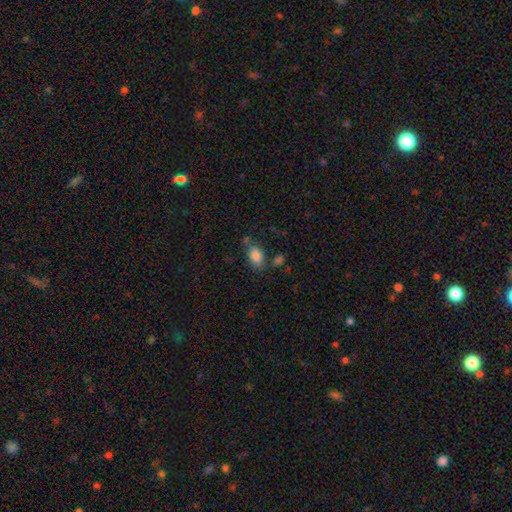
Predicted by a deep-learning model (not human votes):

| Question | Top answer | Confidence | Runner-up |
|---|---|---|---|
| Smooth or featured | smooth | 84% | star or artifact (8%) |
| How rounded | in between | 89% | round (9%) |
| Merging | none | 66% | minor disturbance (17%) |